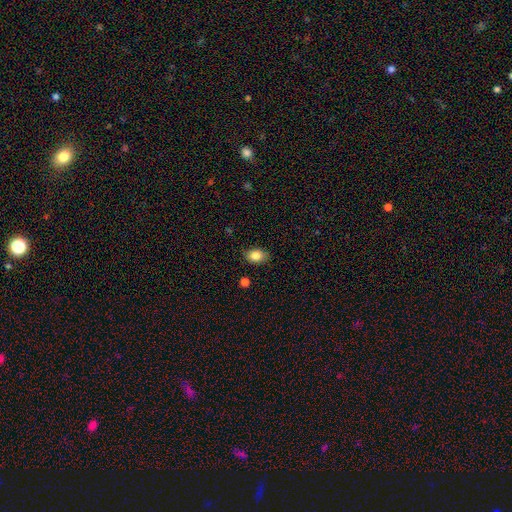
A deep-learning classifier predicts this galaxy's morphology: smooth 85%, star or artifact 8%, featured or disk 7%. Down the decision tree: how rounded — in between (79%); merging — none (84%).